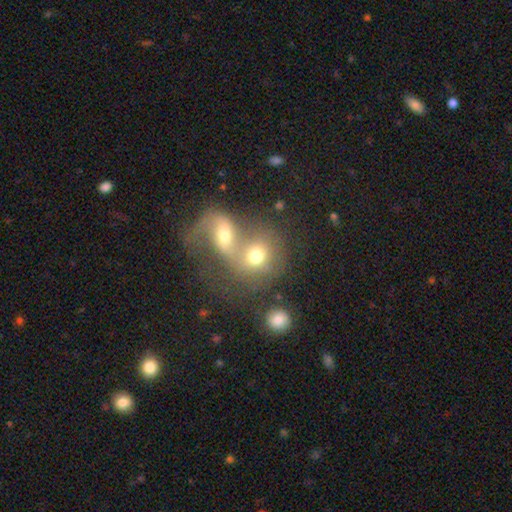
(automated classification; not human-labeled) Smooth or featured? smooth (57%)
How rounded? round (66%)
Merging? merger (72%)